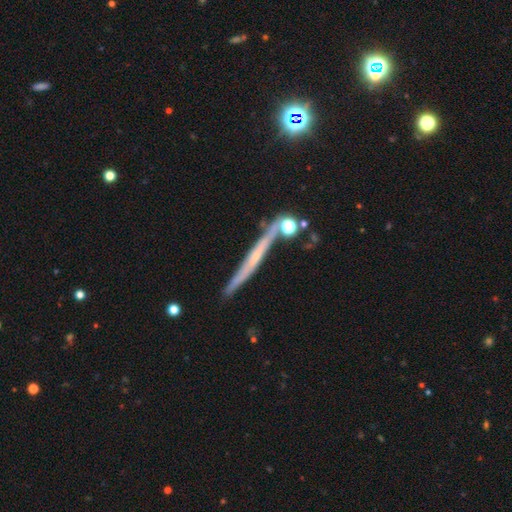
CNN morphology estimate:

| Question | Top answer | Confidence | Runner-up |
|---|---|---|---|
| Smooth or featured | featured or disk | 69% | smooth (20%) |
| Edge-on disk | yes | 95% | no (5%) |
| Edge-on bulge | rounded | 47% | none (45%) |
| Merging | none | 75% | minor disturbance (12%) |